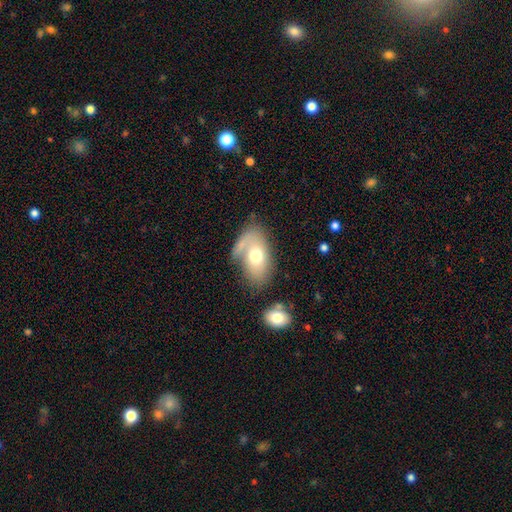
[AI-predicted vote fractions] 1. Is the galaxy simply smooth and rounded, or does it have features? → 61% smooth, 31% featured or disk, 8% star or artifact.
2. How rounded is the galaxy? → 89% in between, 9% round, 2% cigar-shaped.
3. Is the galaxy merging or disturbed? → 44% none, 24% minor disturbance, 18% merger, 15% major disturbance.